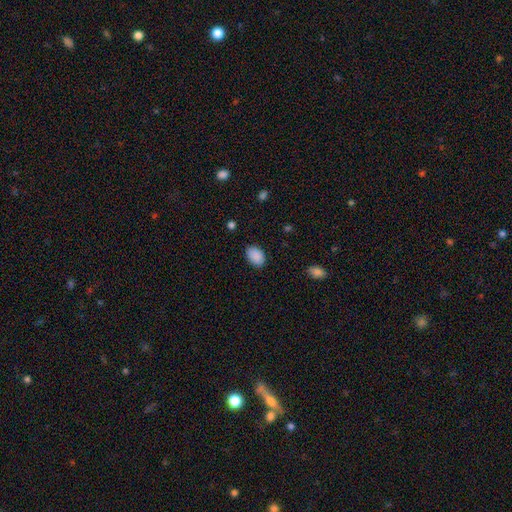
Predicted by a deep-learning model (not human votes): The model was most divided on "how rounded": in between: 86%, round: 13%, cigar-shaped: 1%. More confident: smooth or featured — smooth (90%); merging — none (86%).